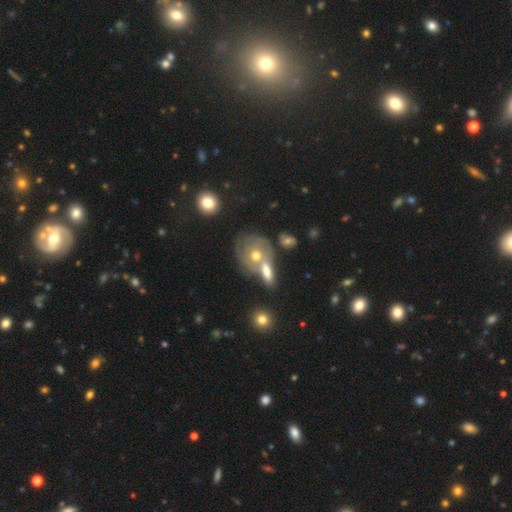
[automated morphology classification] Overall: featured or disk (51%; smooth 40%). Edge-on disk: no (91%). Merging: merger (41%; none 34%).